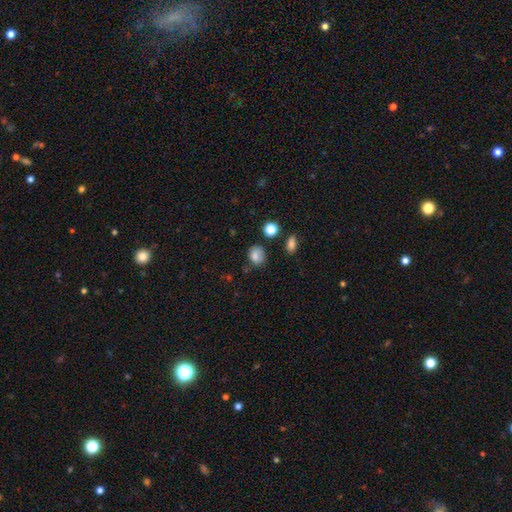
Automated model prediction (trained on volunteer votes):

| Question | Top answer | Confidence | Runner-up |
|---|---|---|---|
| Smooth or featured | smooth | 79% | star or artifact (12%) |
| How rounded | round | 63% | in between (36%) |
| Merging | none | 59% | minor disturbance (26%) |